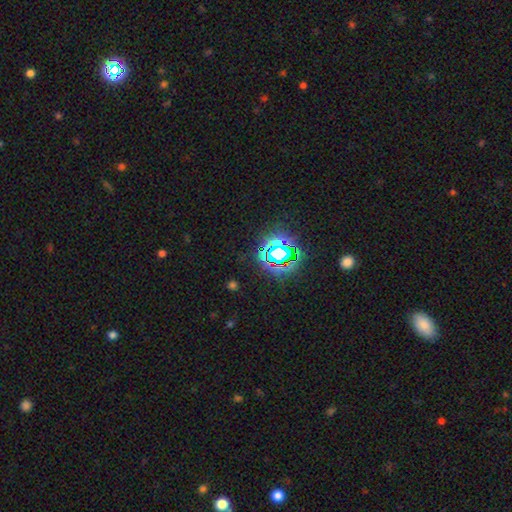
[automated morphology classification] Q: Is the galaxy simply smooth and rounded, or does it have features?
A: star or artifact — 80%.